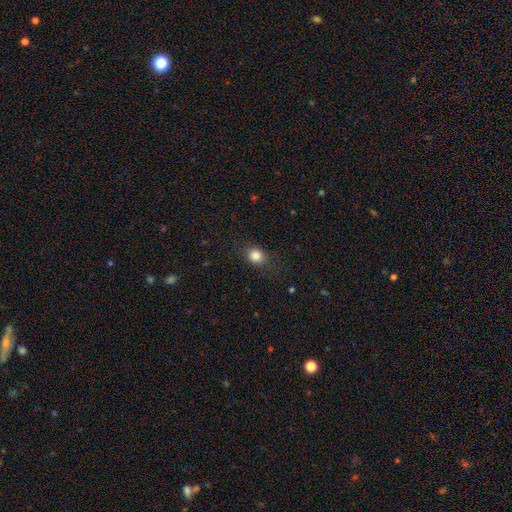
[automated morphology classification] The model was most divided on "how rounded": round: 64%, in between: 35%, cigar-shaped: 1%. More confident: smooth or featured — smooth (83%); merging — none (82%).